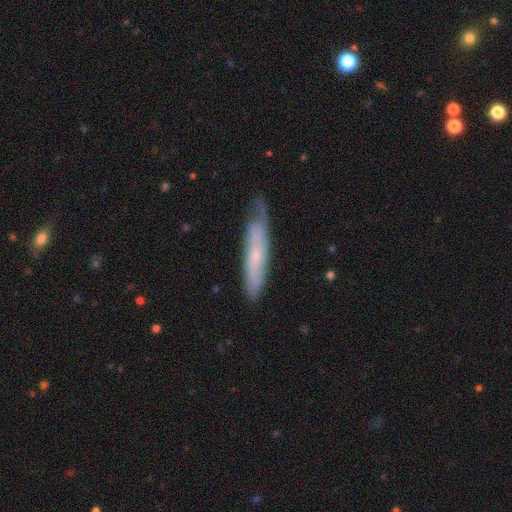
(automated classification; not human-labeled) This is possibly a featured or disk galaxy (52%). It is possibly viewed edge-on (58%). Merging: likely none (69%).